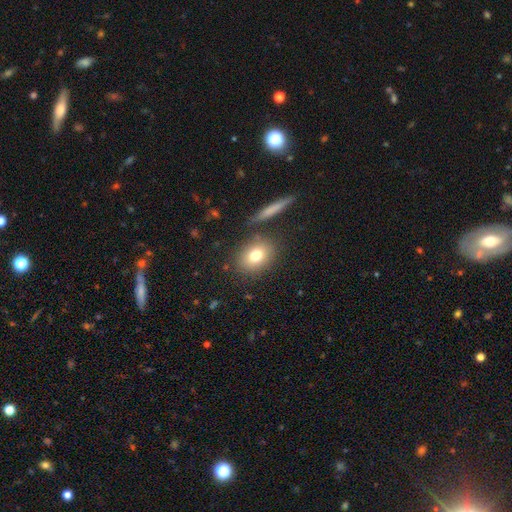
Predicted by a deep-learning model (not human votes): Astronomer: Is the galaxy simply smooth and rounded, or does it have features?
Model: smooth — 77%.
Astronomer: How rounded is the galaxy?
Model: in between — 62%.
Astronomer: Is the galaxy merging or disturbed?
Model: none — 79%.